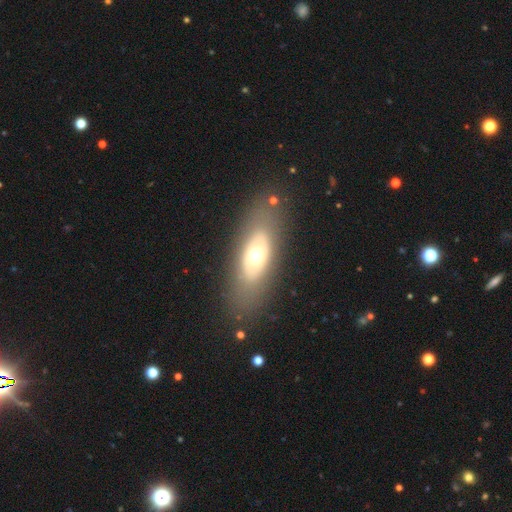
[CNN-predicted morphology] Smooth or featured: featured or disk — 47% (smooth — 46%)
Merging: none — 81% (minor disturbance — 11%)